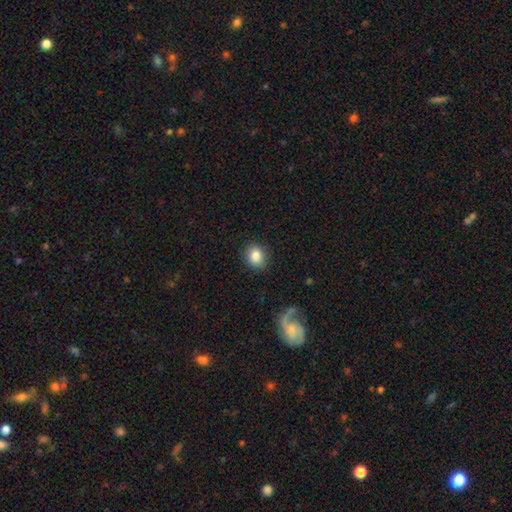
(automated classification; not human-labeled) Morphology: type=smooth (83%); roundness=round (69%); merging=none (88%).